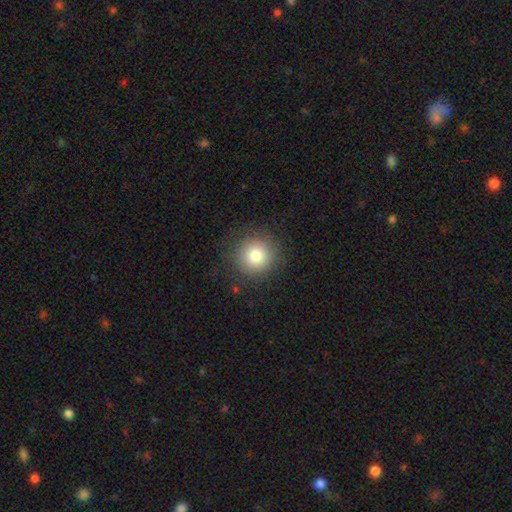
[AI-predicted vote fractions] A smooth galaxy with no disk features (81%) that is round (94%). Merging: none (87%).